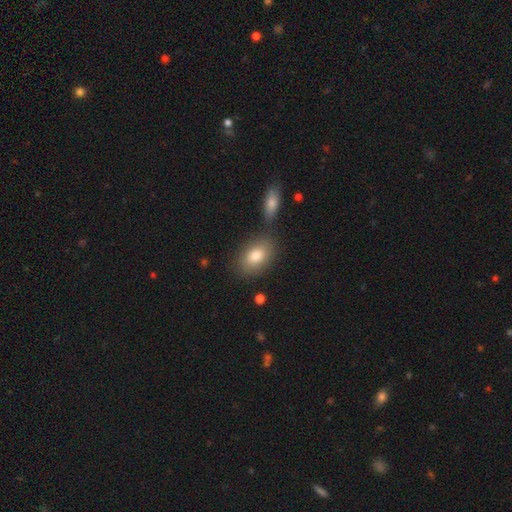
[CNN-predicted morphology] This is clearly a smooth galaxy (81%). How rounded: clearly in between (86%). Merging: likely none (70%).